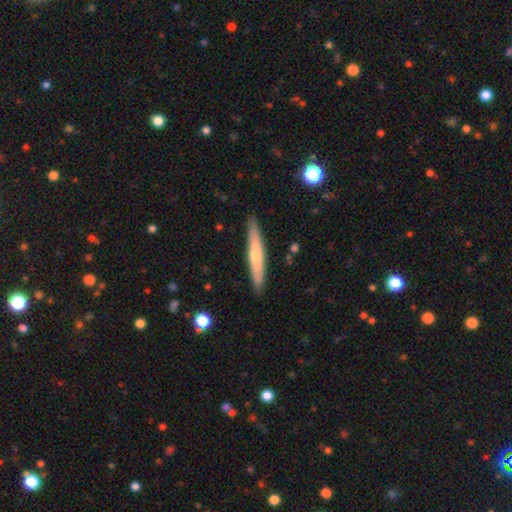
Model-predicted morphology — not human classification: featured or disk 54%, smooth 39%, star or artifact 7%. Down the decision tree: edge-on disk — yes (94%); edge-on bulge — rounded (72%); merging — none (89%).